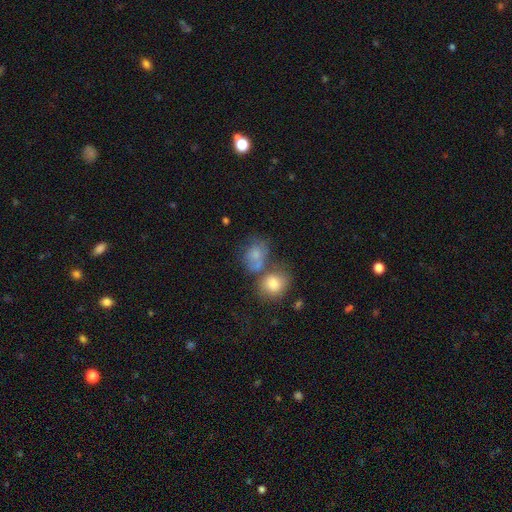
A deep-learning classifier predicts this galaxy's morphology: type=smooth (70%); roundness=round (50%); merging=merger (41%).